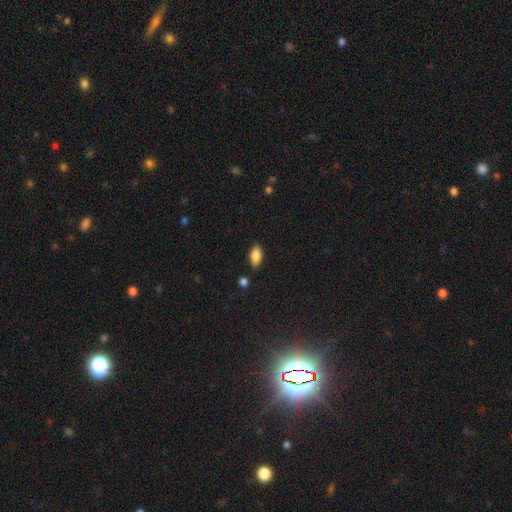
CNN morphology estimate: Smooth or featured?
  - smooth: 86% *
  - star or artifact: 7%
  - featured or disk: 7%
How rounded?
  - in between: 90% *
  - cigar-shaped: 7%
  - round: 3%
Merging?
  - none: 85% *
  - minor disturbance: 10%
  - merger: 3%
  - major disturbance: 2%